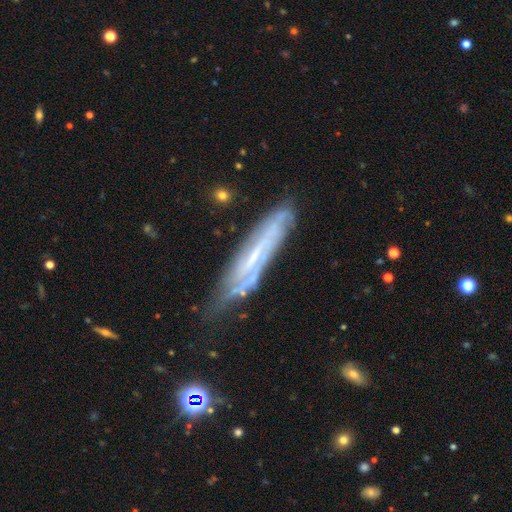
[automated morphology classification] smooth_or_featured: featured or disk (p=0.70) [alt: smooth p=0.21]
disk_edge_on: no (p=0.50) [tied with: yes p=0.50]
merging: none (p=0.63) [alt: minor disturbance p=0.25]